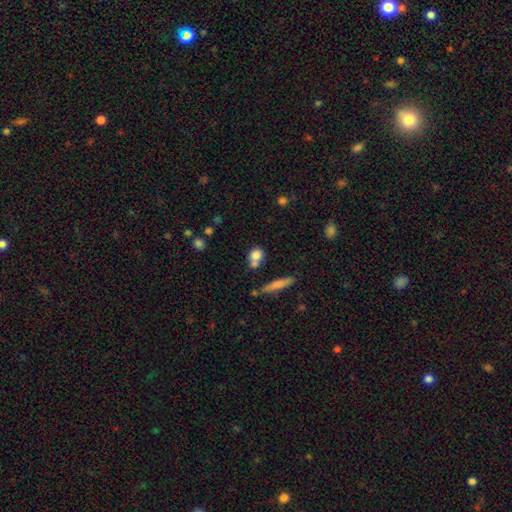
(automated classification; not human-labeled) Q: Smooth or featured?
A: smooth (77%); runner-up: featured or disk (13%)
Q: How rounded?
A: round (56%); runner-up: in between (36%)
Q: Merging?
A: none (47%); runner-up: merger (34%)